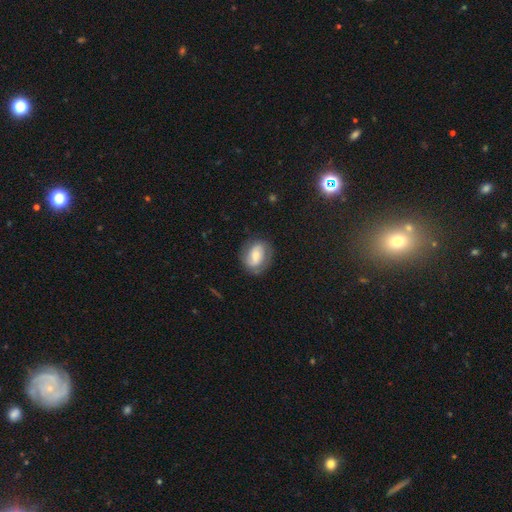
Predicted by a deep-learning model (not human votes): A smooth galaxy with no disk features (48%). Merging: none (72%).